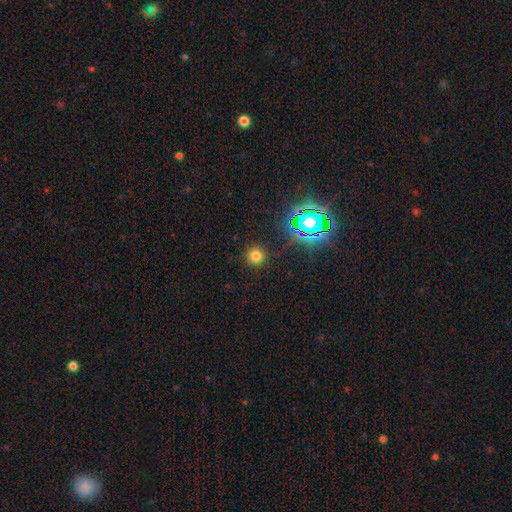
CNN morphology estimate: A smooth galaxy with no disk features (71%) that is round (95%).

Vote fractions:
- Smooth or featured? smooth: 71% / star or artifact: 23% / featured or disk: 6%
- How rounded? round: 95% / in between: 4% / cigar-shaped: 1%
- Merging? none: 90% / minor disturbance: 6% / major disturbance: 3% / merger: 1%